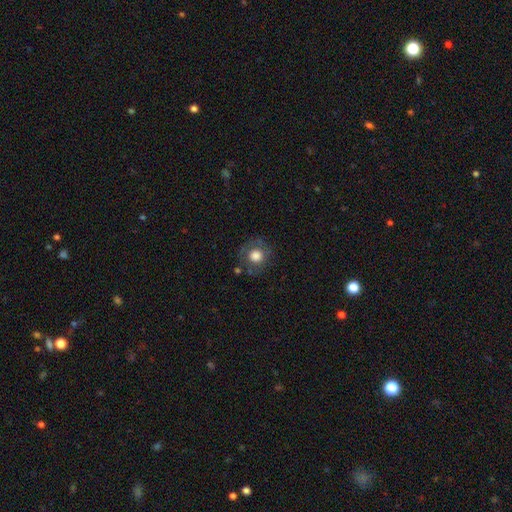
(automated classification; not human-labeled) Q: Smooth or featured?
A: smooth (70%); runner-up: featured or disk (21%)
Q: How rounded?
A: round (88%); runner-up: in between (11%)
Q: Merging?
A: none (71%); runner-up: minor disturbance (17%)